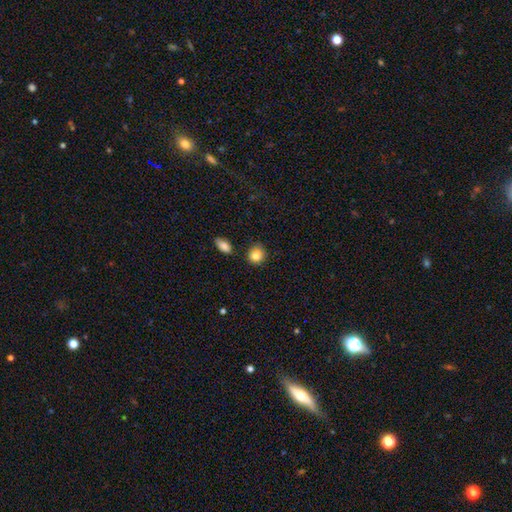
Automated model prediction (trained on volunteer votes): A smooth galaxy with no disk features (85%) that is round (78%).

Vote fractions:
- Smooth or featured? smooth: 85% / star or artifact: 9% / featured or disk: 6%
- How rounded? round: 78% / in between: 21% / cigar-shaped: 1%
- Merging? none: 77% / minor disturbance: 15% / merger: 4% / major disturbance: 3%